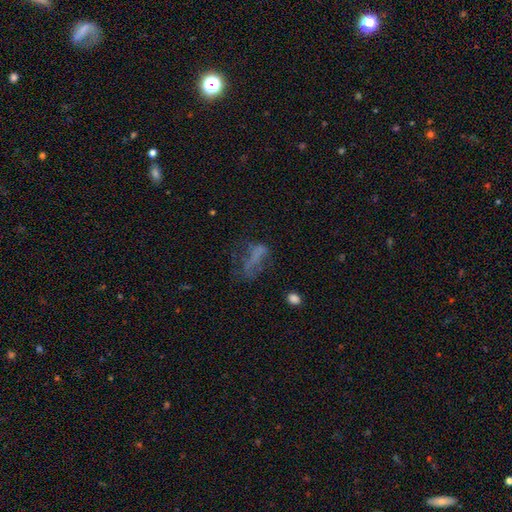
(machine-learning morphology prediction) A smooth galaxy with no disk features (40%). Merging: major disturbance (39%).